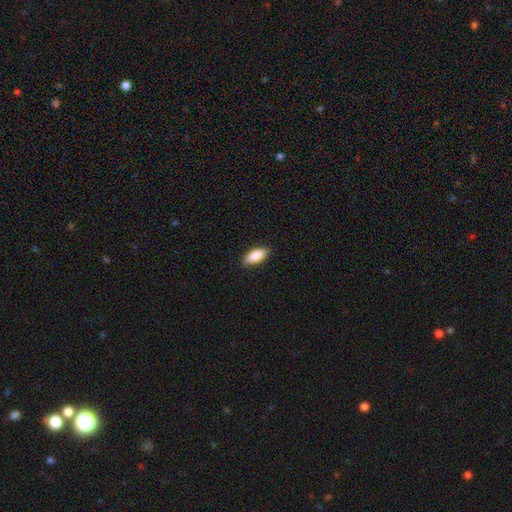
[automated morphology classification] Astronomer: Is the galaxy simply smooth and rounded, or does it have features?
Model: smooth — 84%.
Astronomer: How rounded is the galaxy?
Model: in between — 80%.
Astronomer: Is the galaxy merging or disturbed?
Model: none — 86%.